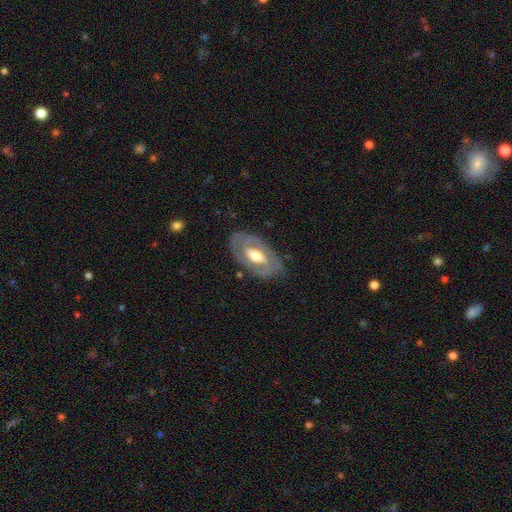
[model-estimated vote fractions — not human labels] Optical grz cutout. It shows a featured or disk galaxy (75%) with no bar (47%), spiral arms (65%) and a moderate central bulge (68%). Merging: none (77%).